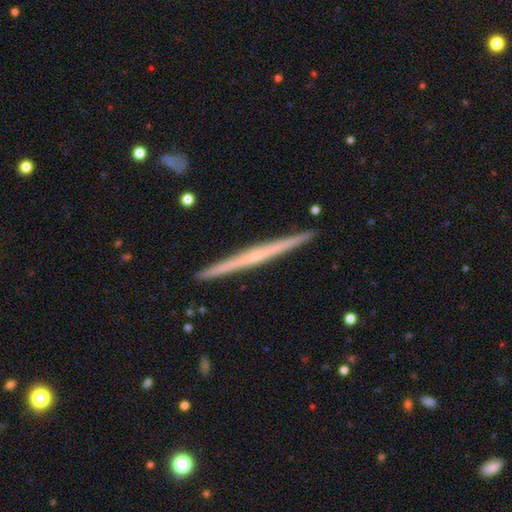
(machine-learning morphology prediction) Q: Smooth or featured?
A: featured or disk (66%); runner-up: smooth (28%)
Q: Edge-on disk?
A: yes (98%); runner-up: no (2%)
Q: Edge-on bulge?
A: none (73%); runner-up: rounded (22%)
Q: Merging?
A: none (92%); runner-up: minor disturbance (5%)